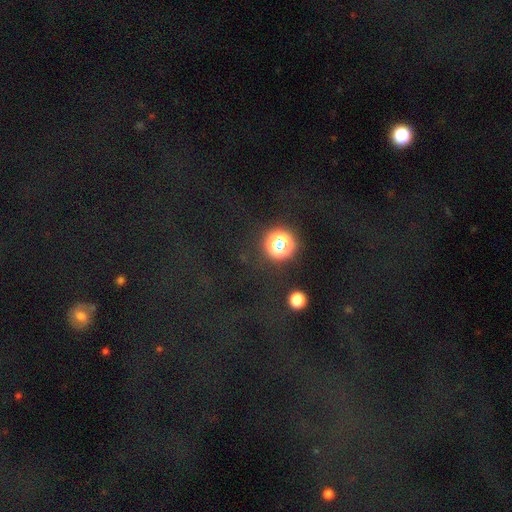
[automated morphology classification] Q: Smooth or featured?
A: star or artifact (71%); runner-up: smooth (18%)